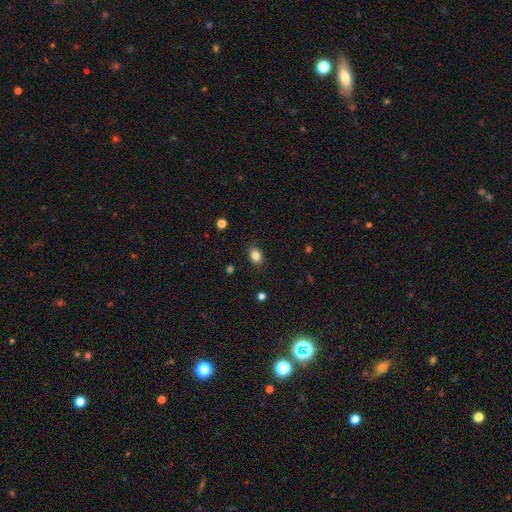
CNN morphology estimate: A smooth galaxy with no disk features (83%) that is in between round and cigar-shaped (71%).

Vote fractions:
- Smooth or featured? smooth: 83% / star or artifact: 10% / featured or disk: 7%
- How rounded? in between: 71% / round: 28% / cigar-shaped: 1%
- Merging? none: 86% / minor disturbance: 10% / major disturbance: 2% / merger: 1%